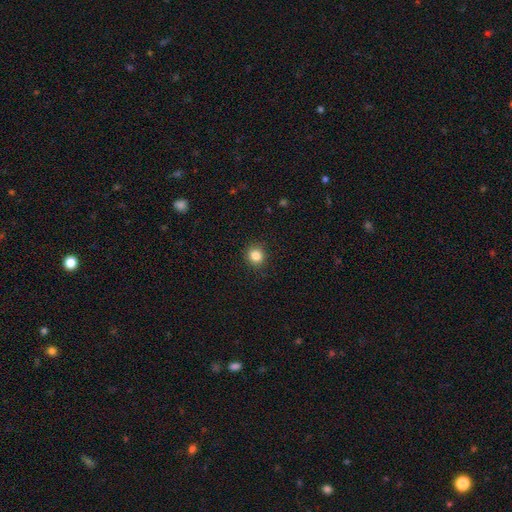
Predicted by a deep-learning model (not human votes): Morphology: type=smooth (85%); roundness=round (88%); merging=none (91%).